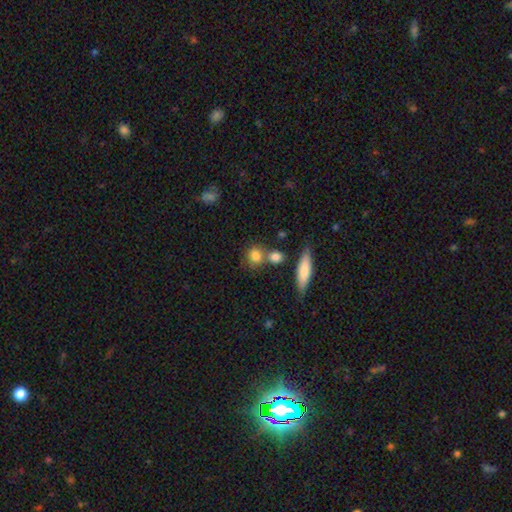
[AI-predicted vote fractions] A smooth galaxy with no disk features (81%) that is round (67%).

Vote fractions:
- Smooth or featured? smooth: 81% / featured or disk: 9% / star or artifact: 9%
- How rounded? round: 67% / in between: 28% / cigar-shaped: 5%
- Merging? none: 57% / merger: 27% / minor disturbance: 11% / major disturbance: 4%